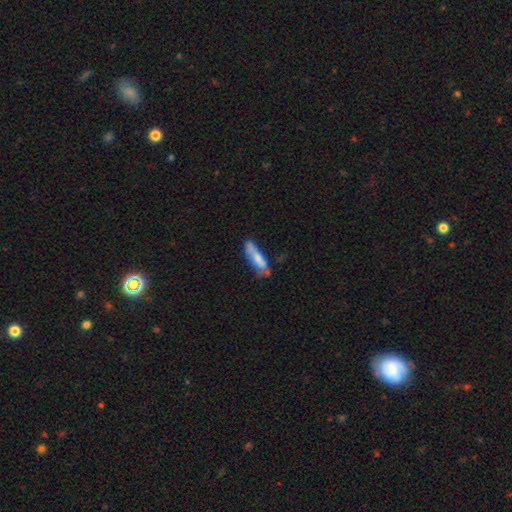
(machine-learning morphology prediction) smooth-or-featured: smooth: 66% | featured or disk: 27% | star or artifact: 7%
  how-rounded: cigar-shaped: 68% | in between: 31% | round: 2%
  merging: none: 45% | minor disturbance: 32% | major disturbance: 13% | merger: 10%